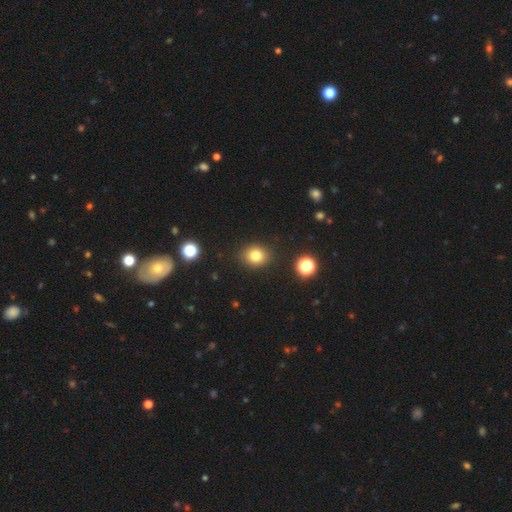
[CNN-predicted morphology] A smooth galaxy with no disk features (80%) that is round (67%).

Vote fractions:
- Smooth or featured? smooth: 80% / star or artifact: 13% / featured or disk: 7%
- How rounded? round: 67% / in between: 32% / cigar-shaped: 1%
- Merging? none: 88% / minor disturbance: 8% / major disturbance: 2% / merger: 2%